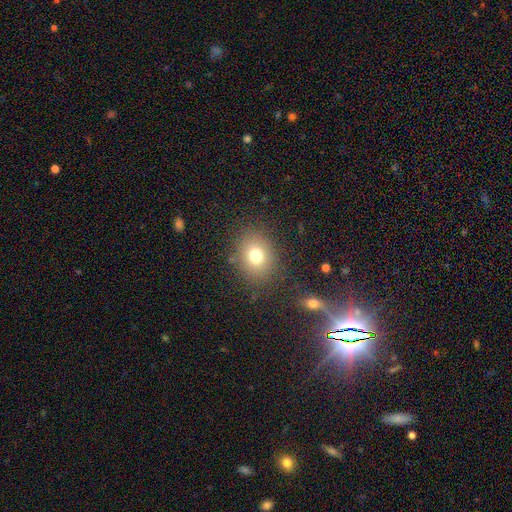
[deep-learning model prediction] smooth-or-featured: smooth: 75% | star or artifact: 14% | featured or disk: 11%
  how-rounded: round: 57% | in between: 42% | cigar-shaped: 1%
  merging: none: 83% | minor disturbance: 10% | major disturbance: 4% | merger: 2%